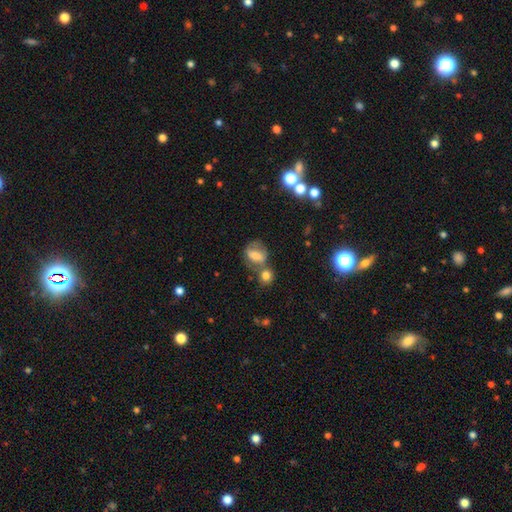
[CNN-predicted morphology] This appears to be a smooth galaxy with no disk features (64%) that is in between round and cigar-shaped (65%). Merging: none (37%).